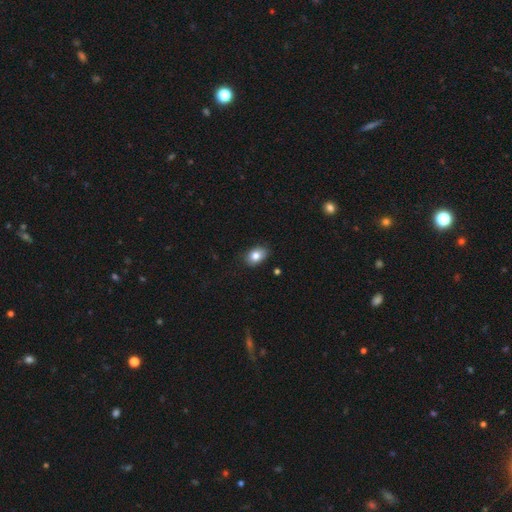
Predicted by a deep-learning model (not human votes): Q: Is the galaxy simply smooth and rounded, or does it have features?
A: smooth — 81%.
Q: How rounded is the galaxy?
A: in between — 75%.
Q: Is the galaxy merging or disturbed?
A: none — 83%.